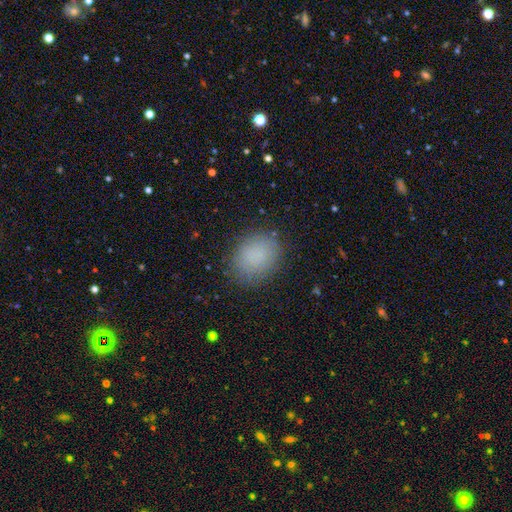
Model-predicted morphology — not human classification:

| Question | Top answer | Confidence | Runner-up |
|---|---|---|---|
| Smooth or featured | smooth | 85% | star or artifact (9%) |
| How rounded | in between | 55% | round (44%) |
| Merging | none | 84% | minor disturbance (11%) |